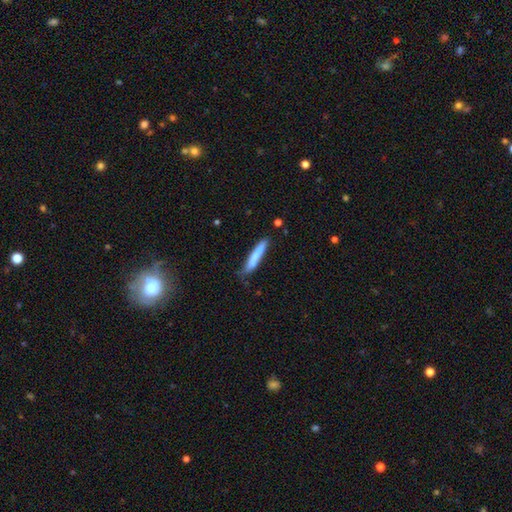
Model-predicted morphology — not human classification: smooth_or_featured: smooth (p=0.67) [alt: featured or disk p=0.27]
how_rounded: cigar-shaped (p=0.91) [alt: in between p=0.07]
merging: none (p=0.66) [alt: minor disturbance p=0.22]